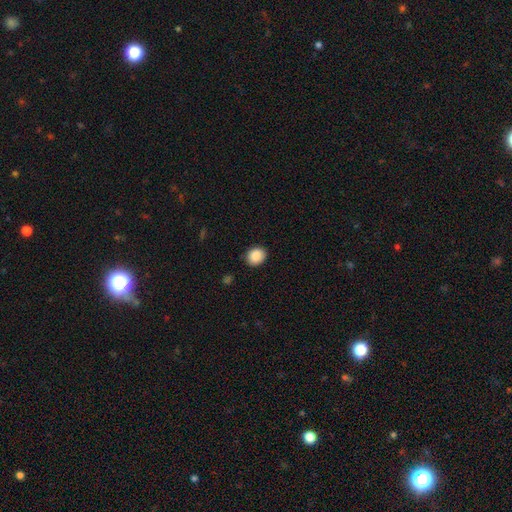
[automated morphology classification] Overall: smooth (89%). How rounded: round (64%; in between 36%). Merging: none (88%).